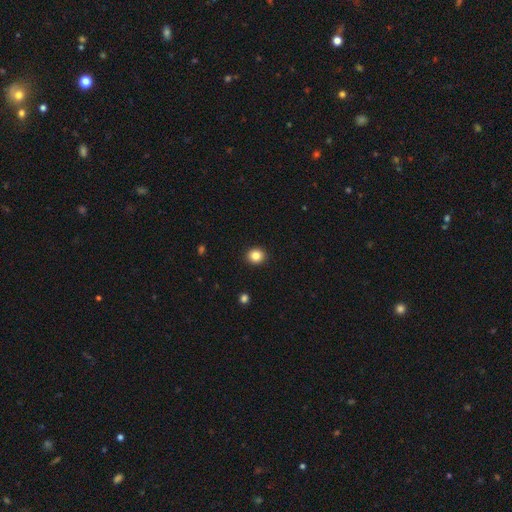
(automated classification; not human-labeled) This is clearly a smooth galaxy (84%). How rounded: clearly round (82%). Merging: clearly none (92%).